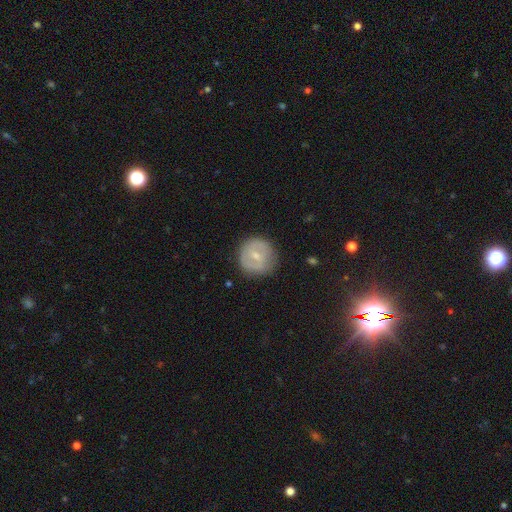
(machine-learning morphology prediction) Smooth or featured?
  - smooth: 49% *
  - featured or disk: 45%
  - star or artifact: 7%
Merging?
  - none: 79% *
  - minor disturbance: 15%
  - major disturbance: 5%
  - merger: 1%